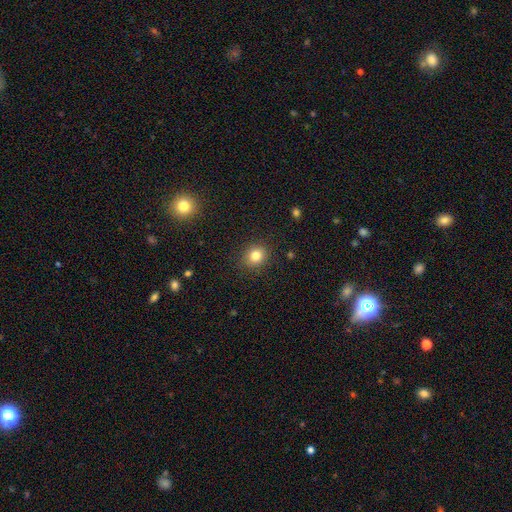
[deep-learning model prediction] Smooth or featured: smooth — 82% (star or artifact — 12%)
How rounded: round — 76% (in between — 23%)
Merging: none — 89% (minor disturbance — 8%)